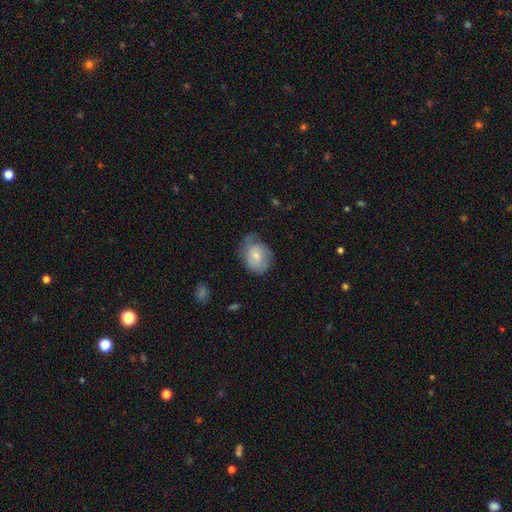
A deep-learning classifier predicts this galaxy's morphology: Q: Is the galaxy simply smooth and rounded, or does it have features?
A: smooth — 61%.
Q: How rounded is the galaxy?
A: in between — 58%.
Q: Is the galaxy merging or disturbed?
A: none — 55%.